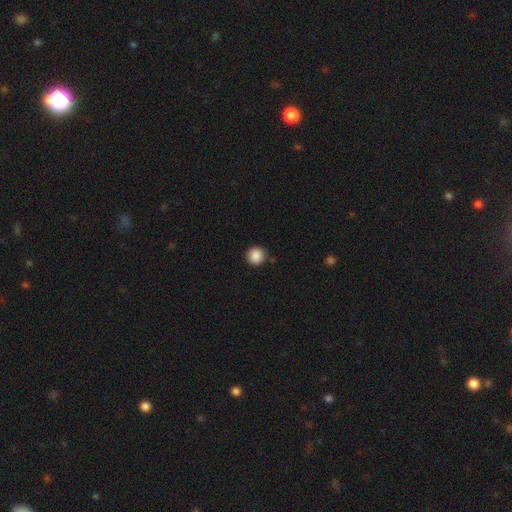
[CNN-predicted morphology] A smooth galaxy with no disk features (88%) that is round (94%).

Vote fractions:
- Smooth or featured? smooth: 88% / star or artifact: 9% / featured or disk: 3%
- How rounded? round: 94% / in between: 5% / cigar-shaped: 1%
- Merging? none: 87% / minor disturbance: 9% / major disturbance: 2% / merger: 2%